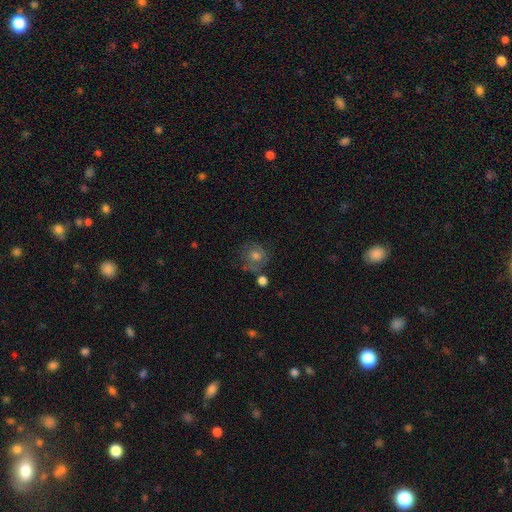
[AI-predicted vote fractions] Q: Smooth or featured?
A: smooth (49%); runner-up: featured or disk (33%)
Q: Merging?
A: none (69%); runner-up: minor disturbance (16%)